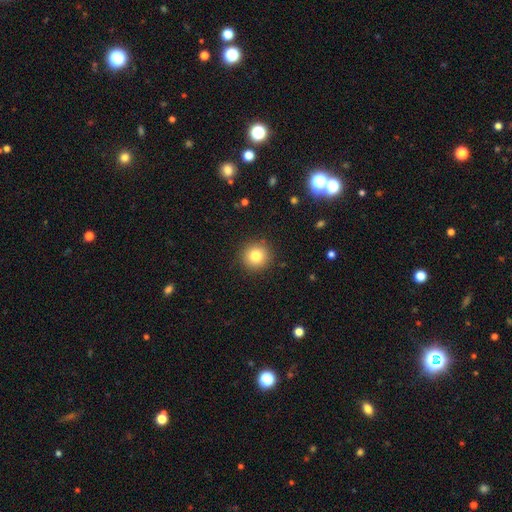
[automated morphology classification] smooth_or_featured: smooth (p=0.80) [alt: star or artifact p=0.11]
how_rounded: round (p=0.94) [alt: in between p=0.05]
merging: none (p=0.91) [alt: minor disturbance p=0.06]